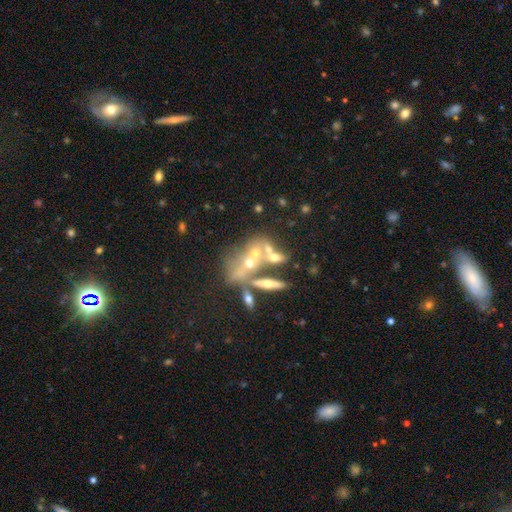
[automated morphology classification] featured or disk 53%, smooth 28%, star or artifact 19%. Down the decision tree: edge-on disk — no (80%); merging — merger (49%).